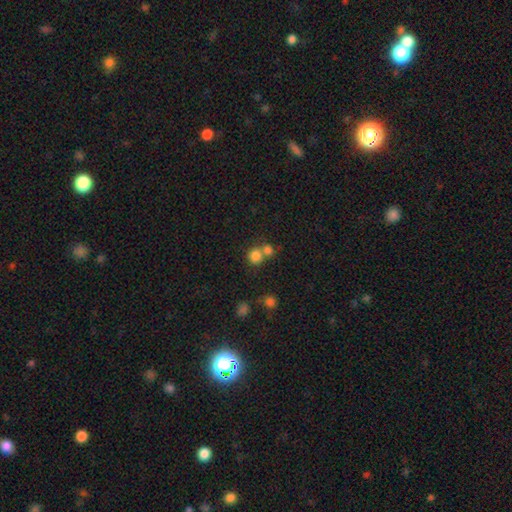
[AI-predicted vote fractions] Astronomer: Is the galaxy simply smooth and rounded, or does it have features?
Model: smooth — 80%.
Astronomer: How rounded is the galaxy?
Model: round — 85%.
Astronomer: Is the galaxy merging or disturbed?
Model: none — 48% (runner-up: merger, 42%).